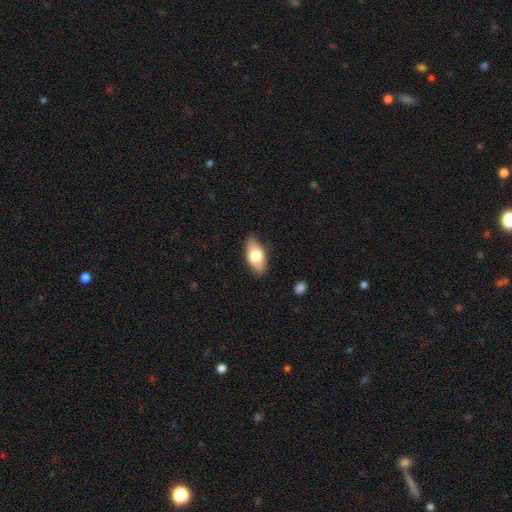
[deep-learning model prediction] This appears to be a smooth galaxy with no disk features (73%) that is in between round and cigar-shaped (91%). Merging: none (86%).